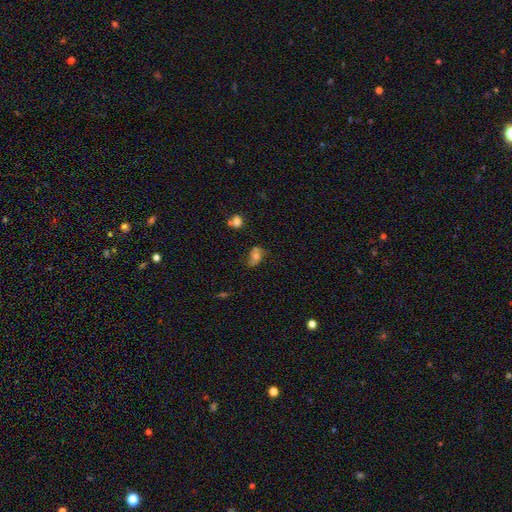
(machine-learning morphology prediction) Smooth or featured?
  - smooth: 61% *
  - featured or disk: 26%
  - star or artifact: 12%
How rounded?
  - in between: 71% *
  - round: 26%
  - cigar-shaped: 3%
Merging?
  - none: 53% *
  - minor disturbance: 29%
  - major disturbance: 10%
  - merger: 8%